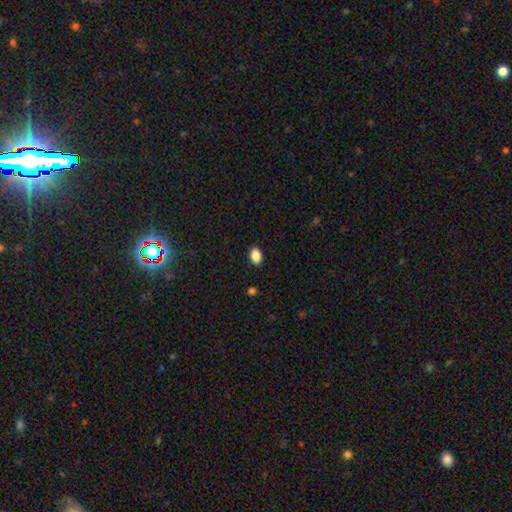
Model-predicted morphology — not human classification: Smooth or featured?
  - smooth: 88% *
  - star or artifact: 8%
  - featured or disk: 4%
How rounded?
  - in between: 87% *
  - round: 12%
  - cigar-shaped: 1%
Merging?
  - none: 89% *
  - minor disturbance: 8%
  - major disturbance: 2%
  - merger: 1%